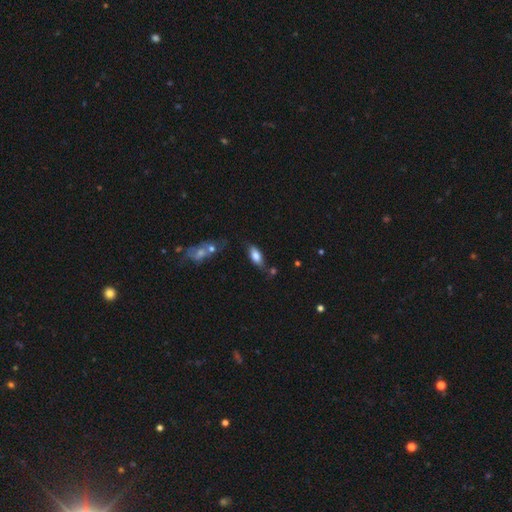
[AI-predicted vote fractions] Morphology: type=smooth (78%); roundness=in between (84%); merging=none (65%).